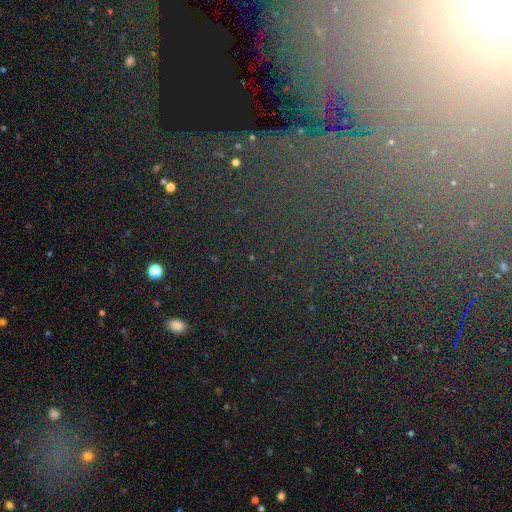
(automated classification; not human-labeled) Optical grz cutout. It shows a star or artifact, not a galaxy (70%).